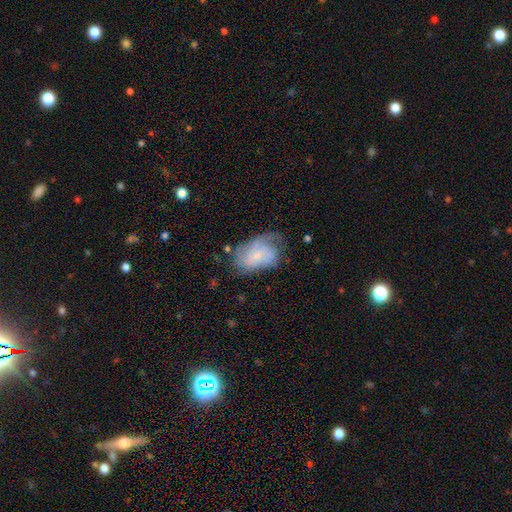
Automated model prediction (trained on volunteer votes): A featured or disk galaxy (56%) with no bar (73%), spiral arms (78%) and a small central bulge (71%). Merging: none (42%).